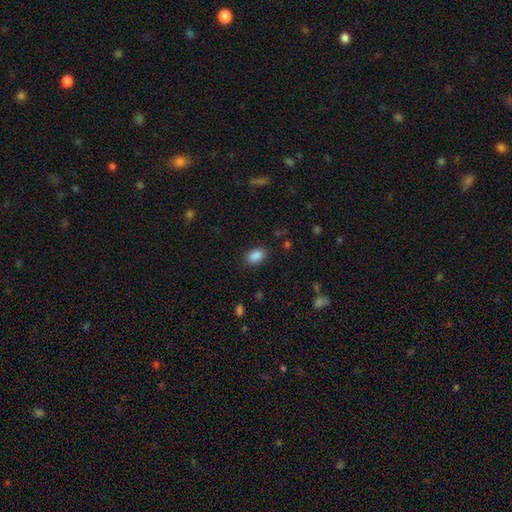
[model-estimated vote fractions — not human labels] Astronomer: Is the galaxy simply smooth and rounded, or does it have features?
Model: smooth — 88%.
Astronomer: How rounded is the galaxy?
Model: in between — 87%.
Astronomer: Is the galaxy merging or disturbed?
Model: none — 86%.